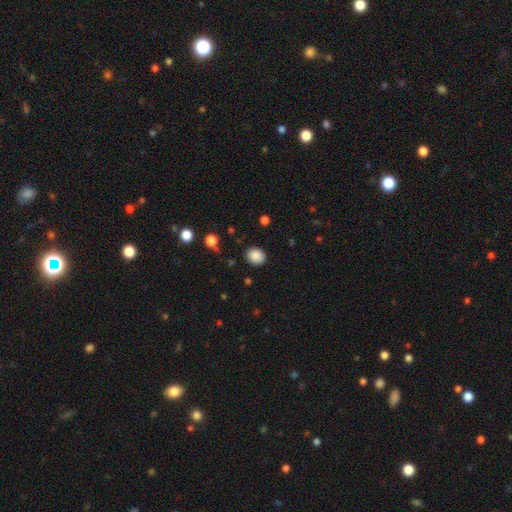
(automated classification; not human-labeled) This appears to be a smooth galaxy with no disk features (88%) that is round (59%). Merging: none (87%).